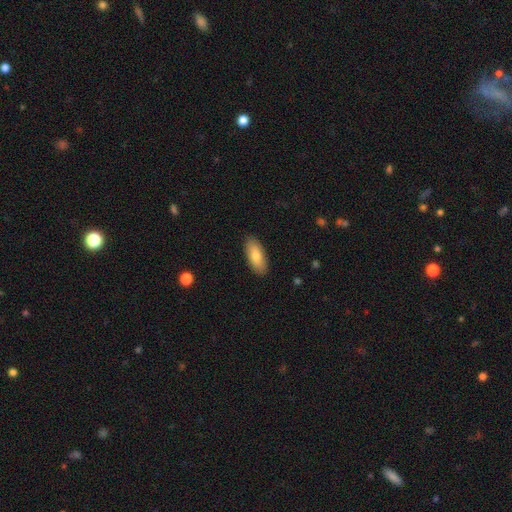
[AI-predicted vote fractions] A smooth galaxy with no disk features (80%) that is in between round and cigar-shaped (83%).

Vote fractions:
- Smooth or featured? smooth: 80% / featured or disk: 14% / star or artifact: 6%
- How rounded? in between: 83% / cigar-shaped: 15% / round: 2%
- Merging? none: 89% / minor disturbance: 8% / major disturbance: 2% / merger: 1%